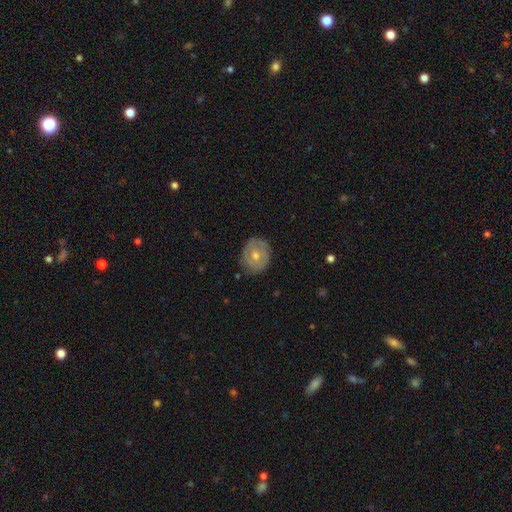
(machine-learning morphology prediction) Smooth or featured?
  - featured or disk: 56% *
  - smooth: 36%
  - star or artifact: 8%
Edge-on disk?
  - no: 95% *
  - yes: 5%
Bar?
  - no: 83% *
  - weak: 14%
  - strong: 3%
Spiral arms?
  - yes: 53% *
  - no: 47%
Bulge size?
  - moderate: 62% *
  - small: 34%
  - large: 2%
  - none: 1%
  - dominant: 1%
Merging?
  - none: 82% *
  - minor disturbance: 14%
  - major disturbance: 3%
  - merger: 1%